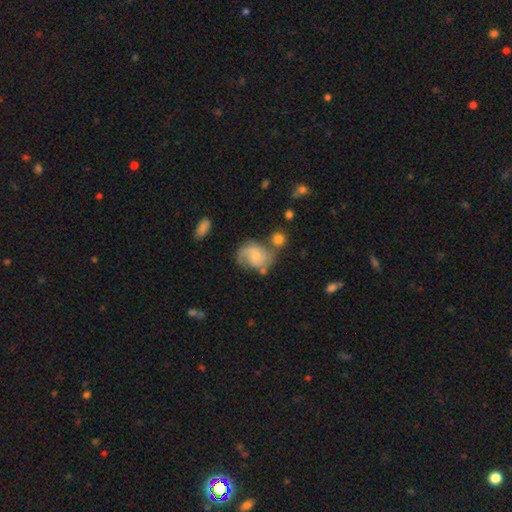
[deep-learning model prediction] Morphology: type=featured or disk (59%); edge-on=no (97%); bar=no (65%); spiral arms=yes (87%); bulge=small (48%); merging=none (48%).